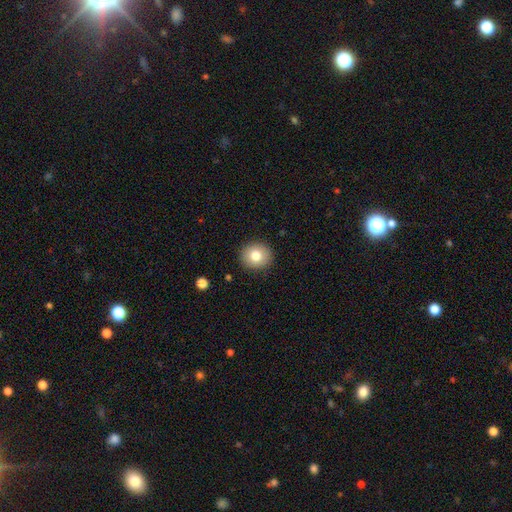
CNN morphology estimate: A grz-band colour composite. It shows a smooth galaxy with no disk features (78%) that is round (83%). Merging: none (90%).